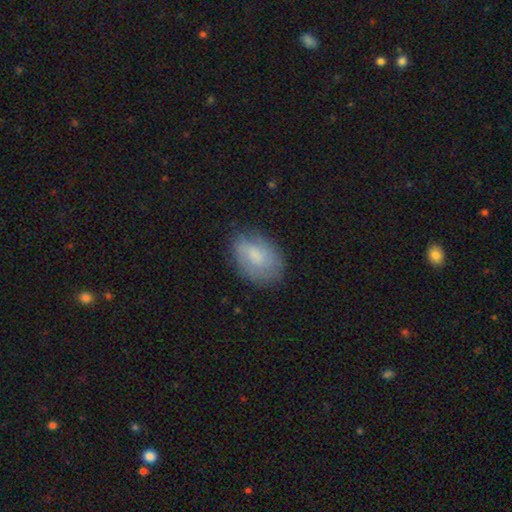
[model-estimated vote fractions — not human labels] smooth-or-featured: smooth: 69% | featured or disk: 24% | star or artifact: 7%
  how-rounded: in between: 83% | round: 15% | cigar-shaped: 1%
  merging: none: 71% | minor disturbance: 21% | major disturbance: 6% | merger: 1%